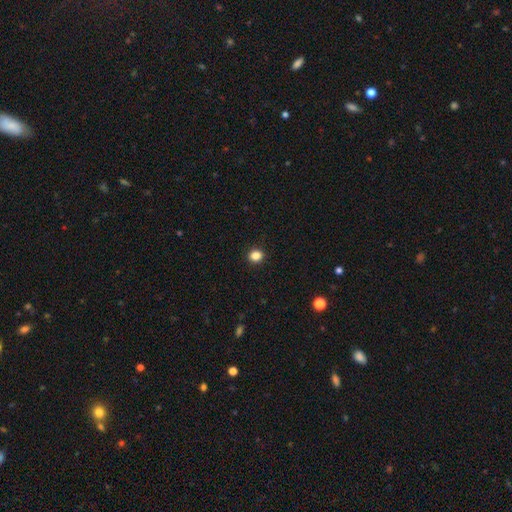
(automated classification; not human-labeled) Morphology: type=smooth (85%); roundness=round (75%); merging=none (92%).